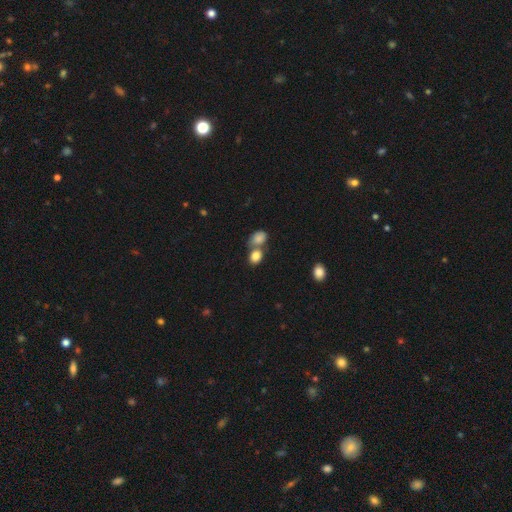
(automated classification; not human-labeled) A smooth galaxy with no disk features (84%) that is in between round and cigar-shaped (55%).

Vote fractions:
- Smooth or featured? smooth: 84% / star or artifact: 9% / featured or disk: 7%
- How rounded? in between: 55% / round: 44% / cigar-shaped: 1%
- Merging? merger: 52% / none: 36% / minor disturbance: 9% / major disturbance: 4%